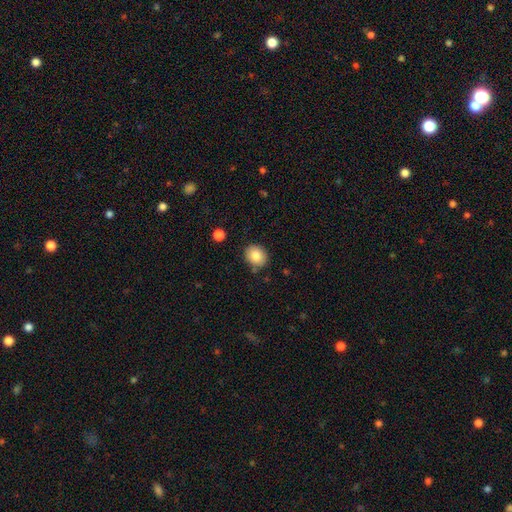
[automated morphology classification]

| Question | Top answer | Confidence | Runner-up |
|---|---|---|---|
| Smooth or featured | smooth | 84% | star or artifact (9%) |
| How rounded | round | 66% | in between (33%) |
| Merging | none | 82% | minor disturbance (12%) |